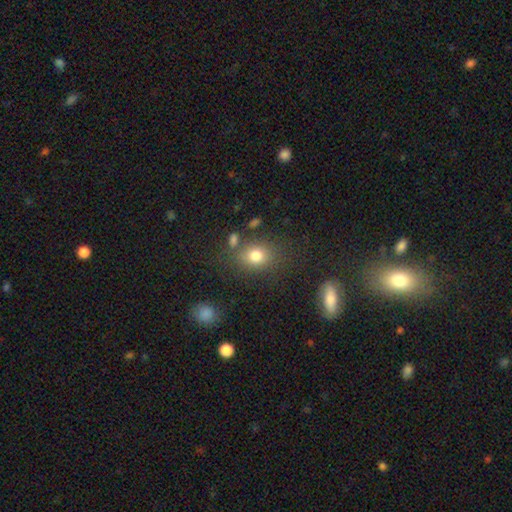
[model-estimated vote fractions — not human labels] The model was most divided on "how rounded": round: 55%, in between: 44%, cigar-shaped: 1%. More confident: smooth or featured — smooth (78%); merging — none (73%).